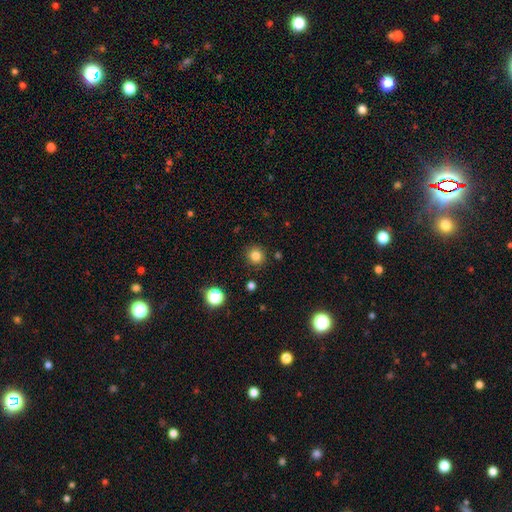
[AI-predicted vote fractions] This is clearly a smooth galaxy (82%). How rounded: clearly round (92%). Merging: clearly none (89%).